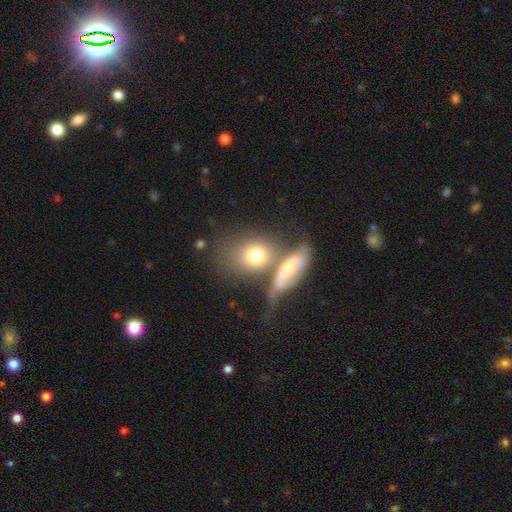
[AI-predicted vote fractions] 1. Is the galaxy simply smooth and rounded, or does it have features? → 68% smooth, 24% featured or disk, 8% star or artifact.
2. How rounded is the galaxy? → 49% round, 46% in between, 5% cigar-shaped.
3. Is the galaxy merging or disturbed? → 46% merger, 33% none, 11% minor disturbance, 10% major disturbance.